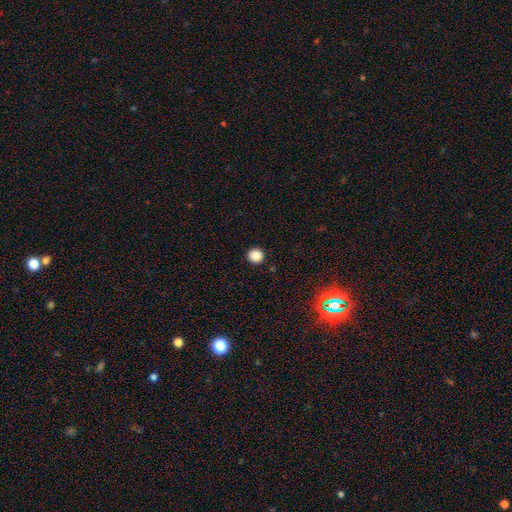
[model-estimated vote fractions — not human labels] A smooth galaxy with no disk features (86%) that is round (90%). Merging: none (91%).